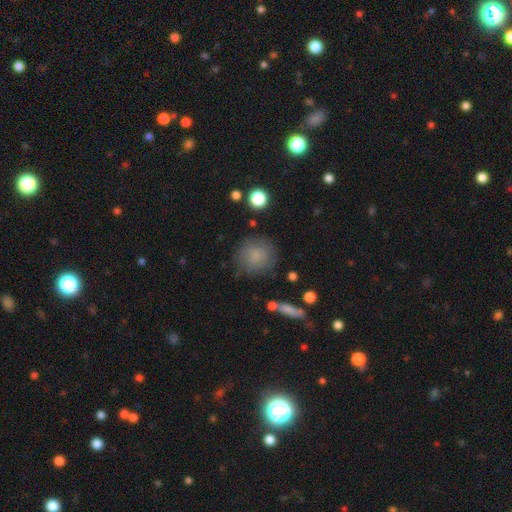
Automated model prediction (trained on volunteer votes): Morphology: type=smooth (79%); roundness=round (90%); merging=none (76%).